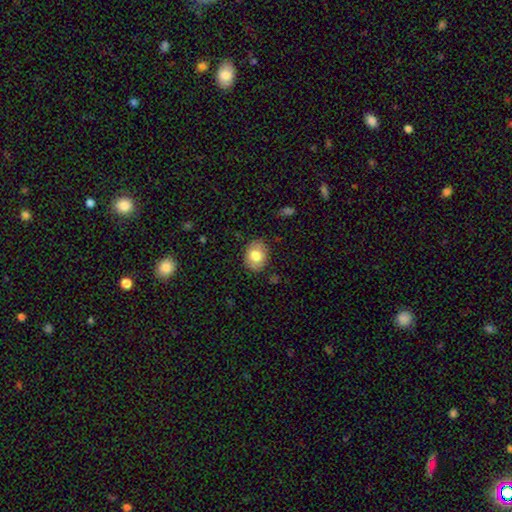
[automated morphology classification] Overall: smooth (77%). How rounded: in between (59%; round 40%). Merging: none (85%).